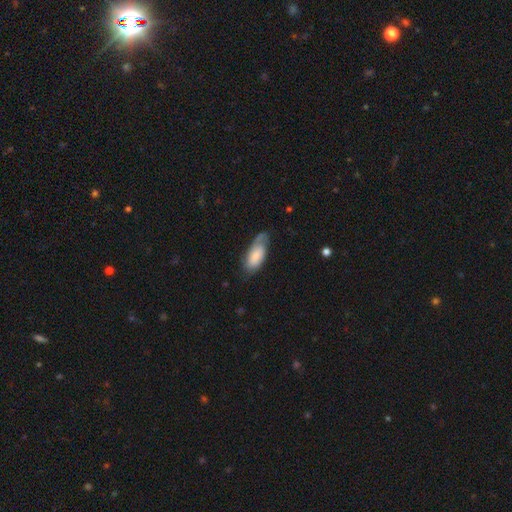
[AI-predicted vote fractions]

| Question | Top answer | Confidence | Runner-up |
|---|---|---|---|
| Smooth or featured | smooth | 62% | featured or disk (32%) |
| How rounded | in between | 89% | cigar-shaped (9%) |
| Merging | none | 50% | minor disturbance (32%) |